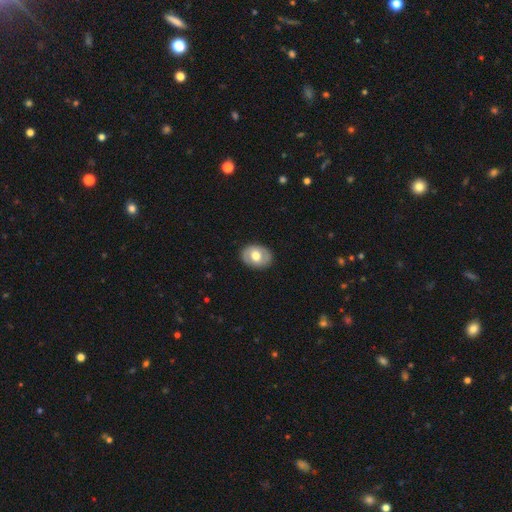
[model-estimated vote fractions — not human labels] smooth-or-featured: smooth: 57% | featured or disk: 37% | star or artifact: 6%
  how-rounded: in between: 63% | round: 36% | cigar-shaped: 1%
  merging: none: 86% | minor disturbance: 10% | major disturbance: 3% | merger: 1%